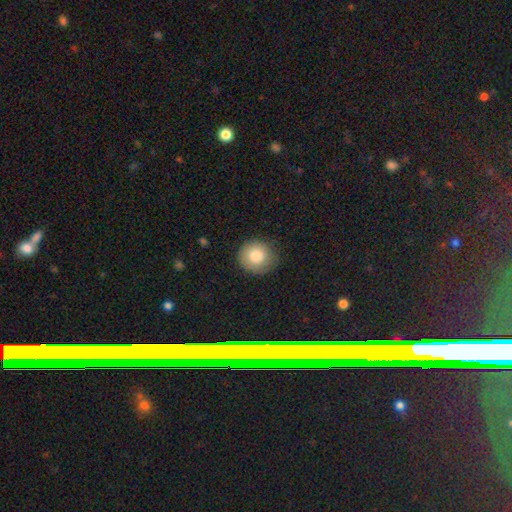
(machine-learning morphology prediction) smooth 83%, featured or disk 8%, star or artifact 8%. Down the decision tree: how rounded — round (92%); merging — none (84%).